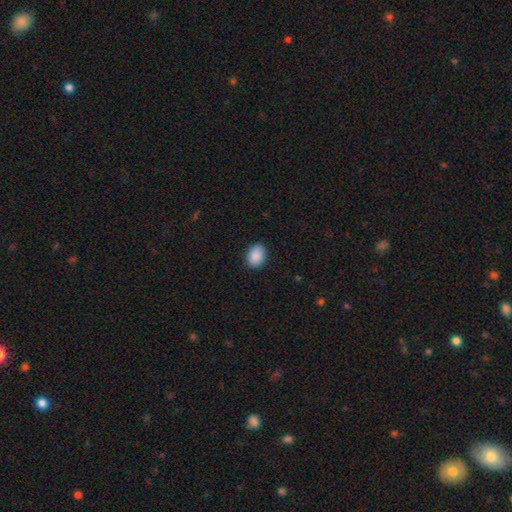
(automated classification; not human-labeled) smooth_or_featured: smooth (p=0.90) [alt: star or artifact p=0.07]
how_rounded: in between (p=0.75) [alt: round p=0.24]
merging: none (p=0.88) [alt: minor disturbance p=0.09]